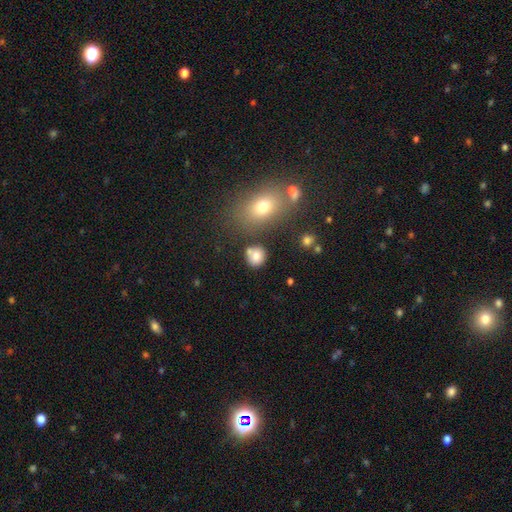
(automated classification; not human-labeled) Morphology: type=smooth (80%); roundness=round (80%); merging=none (68%).